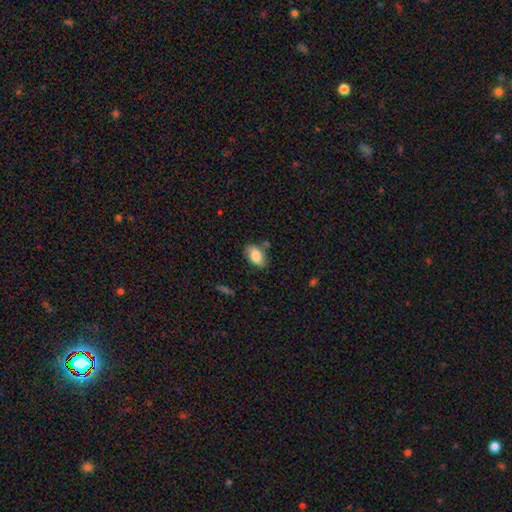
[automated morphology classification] Overall: smooth (77%). How rounded: in between (90%). Merging: none (72%).